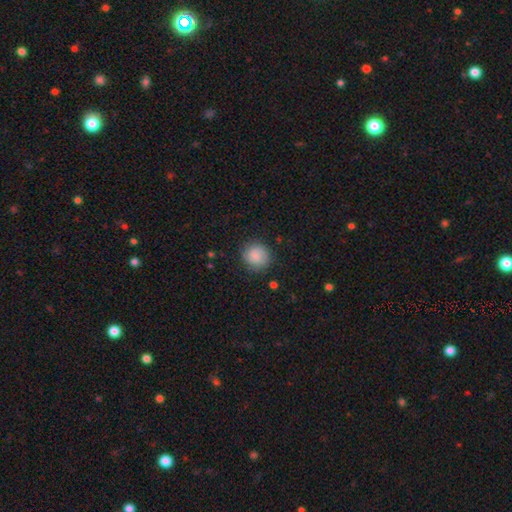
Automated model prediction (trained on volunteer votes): The model was most divided on "merging": none: 83%, minor disturbance: 12%, major disturbance: 4%, merger: 1%. More confident: how rounded — round (89%); smooth or featured — smooth (83%).